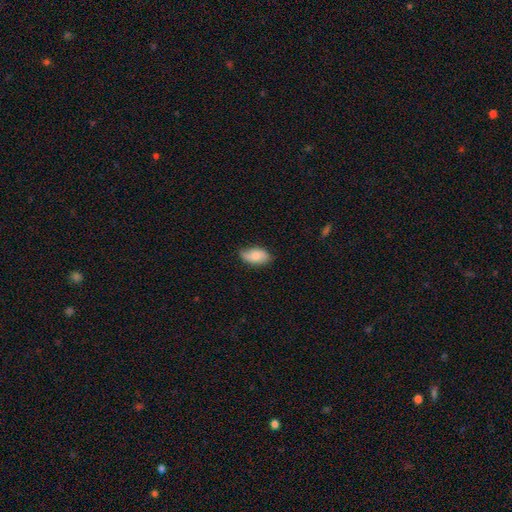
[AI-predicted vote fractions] The model was most divided on "merging": none: 72%, minor disturbance: 23%, major disturbance: 4%, merger: 1%. More confident: how rounded — in between (94%); smooth or featured — smooth (77%).